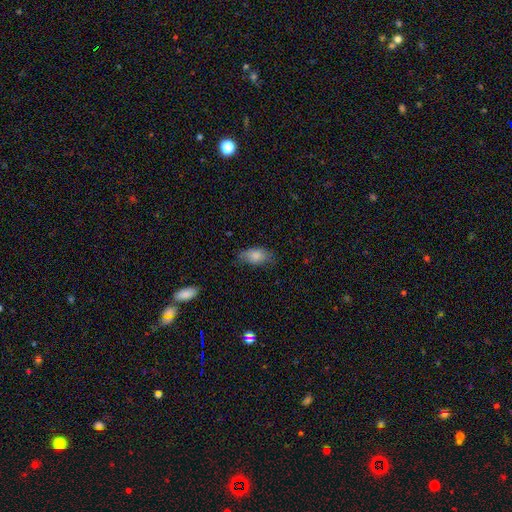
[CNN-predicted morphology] Q: Smooth or featured?
A: smooth (81%); runner-up: featured or disk (11%)
Q: How rounded?
A: in between (90%); runner-up: round (6%)
Q: Merging?
A: none (62%); runner-up: minor disturbance (29%)